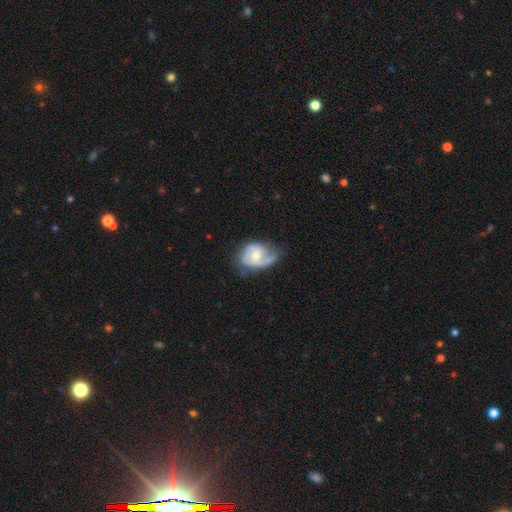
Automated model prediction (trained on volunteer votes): This is likely a featured or disk galaxy (68%). It is clearly not viewed edge-on (96%). Bar: likely no (67%). Spiral arm pattern: clearly yes (86%). Spiral arm count: possibly 2 (55%). Spiral winding: marginally medium (42%). Central bulge: possibly moderate (60%). Merging: possibly none (49%).